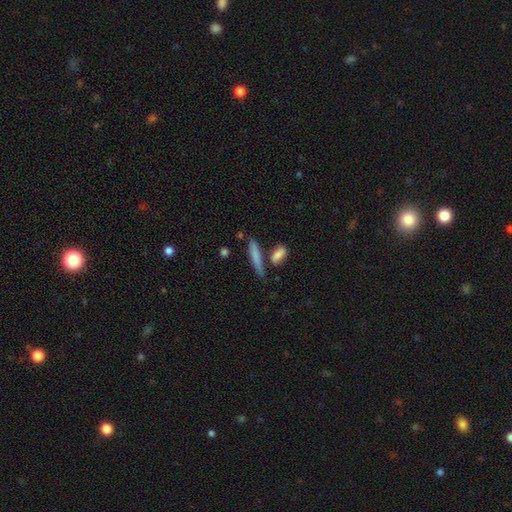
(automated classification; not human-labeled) Overall: smooth (75%). How rounded: cigar-shaped (84%). Merging: none (68%).